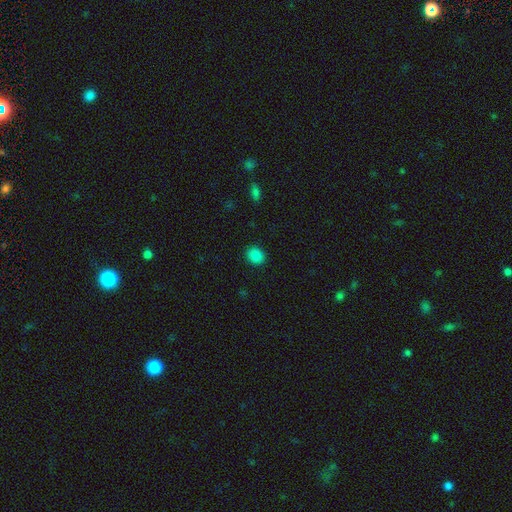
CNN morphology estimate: Q: Smooth or featured?
A: smooth (86%); runner-up: star or artifact (11%)
Q: How rounded?
A: round (66%); runner-up: in between (33%)
Q: Merging?
A: none (90%); runner-up: minor disturbance (7%)